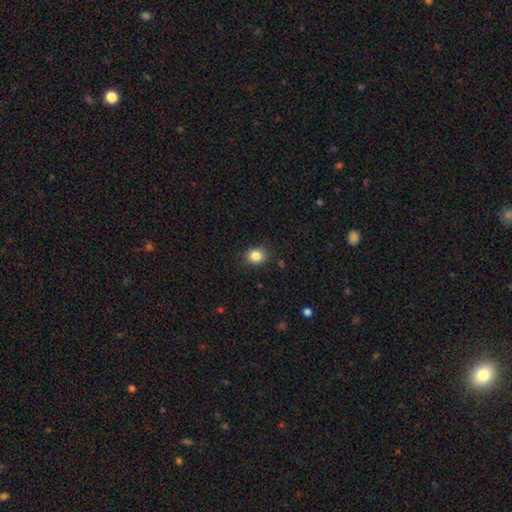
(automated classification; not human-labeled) smooth-or-featured: smooth: 84% | star or artifact: 10% | featured or disk: 5%
  how-rounded: round: 69% | in between: 30% | cigar-shaped: 1%
  merging: none: 87% | minor disturbance: 10% | major disturbance: 2% | merger: 1%